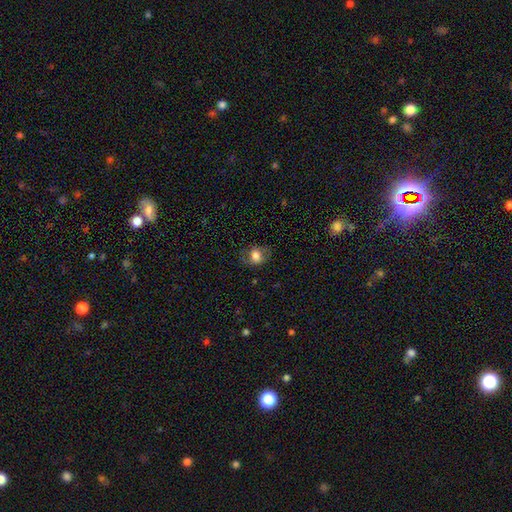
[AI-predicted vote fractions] Smooth or featured? smooth (73%)
How rounded? round (53%)
Merging? none (71%)